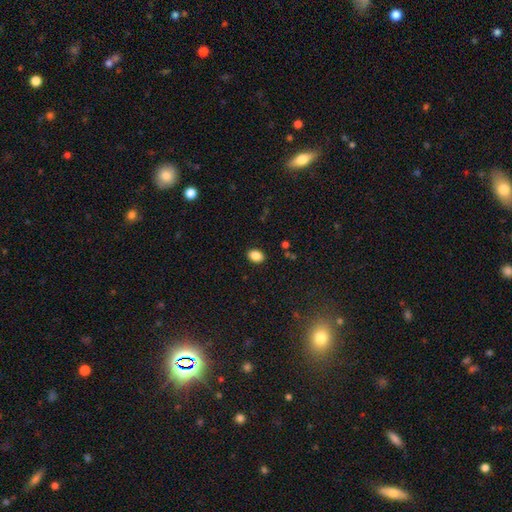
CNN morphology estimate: A smooth galaxy with no disk features (87%) that is in between round and cigar-shaped (77%).

Vote fractions:
- Smooth or featured? smooth: 87% / star or artifact: 9% / featured or disk: 4%
- How rounded? in between: 77% / round: 22% / cigar-shaped: 1%
- Merging? none: 89% / minor disturbance: 8% / major disturbance: 2% / merger: 1%